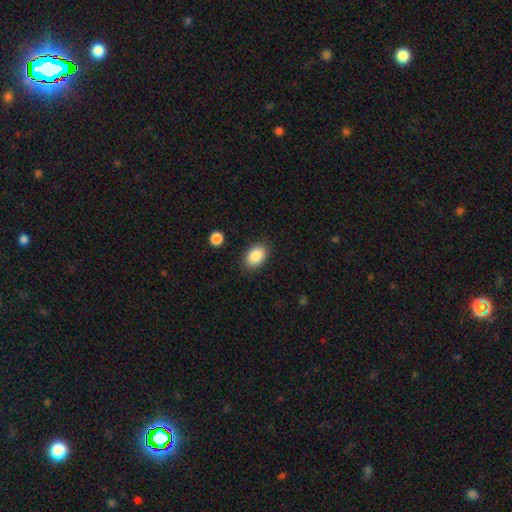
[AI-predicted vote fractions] A smooth galaxy with no disk features (88%) that is in between round and cigar-shaped (86%).

Vote fractions:
- Smooth or featured? smooth: 88% / star or artifact: 7% / featured or disk: 5%
- How rounded? in between: 86% / round: 13% / cigar-shaped: 1%
- Merging? none: 86% / minor disturbance: 10% / major disturbance: 3% / merger: 2%